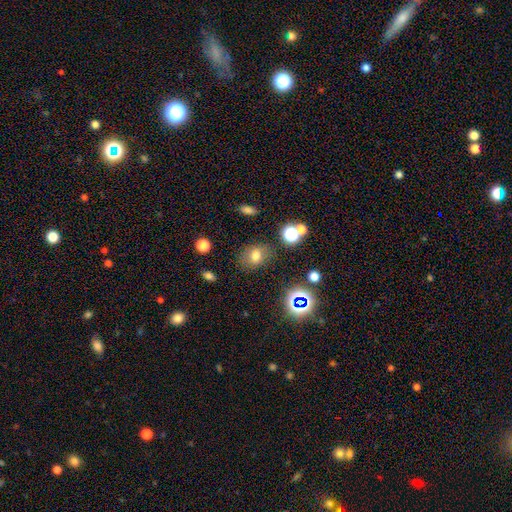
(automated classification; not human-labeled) Overall: smooth (70%). How rounded: in between (53%; round 46%). Merging: none (78%).